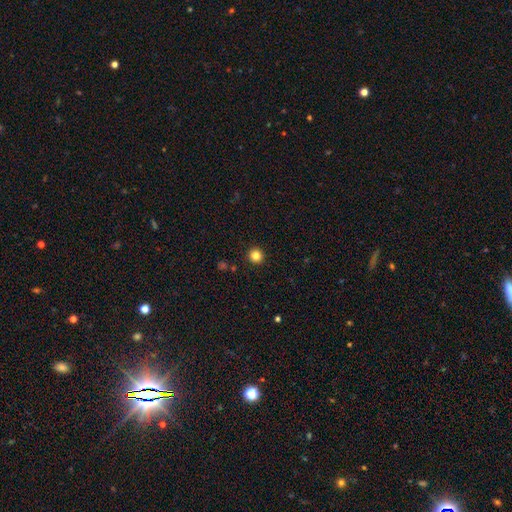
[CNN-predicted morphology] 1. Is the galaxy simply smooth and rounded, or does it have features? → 84% smooth, 12% star or artifact, 4% featured or disk.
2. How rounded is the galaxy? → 95% round, 4% in between, 1% cigar-shaped.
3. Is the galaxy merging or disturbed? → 93% none, 4% minor disturbance, 1% major disturbance, 1% merger.